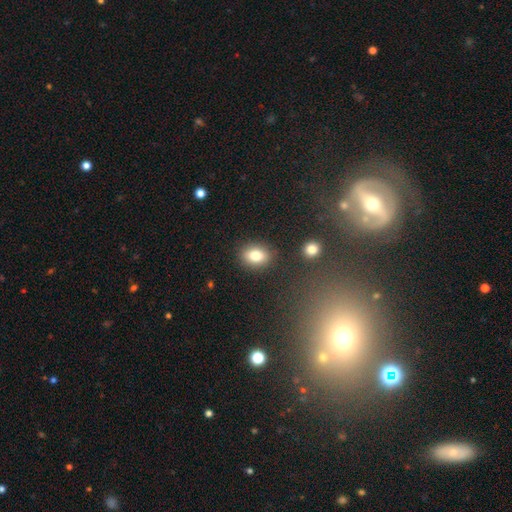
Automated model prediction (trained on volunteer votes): Q: Smooth or featured?
A: smooth (81%); runner-up: star or artifact (10%)
Q: How rounded?
A: in between (61%); runner-up: round (38%)
Q: Merging?
A: none (85%); runner-up: minor disturbance (9%)